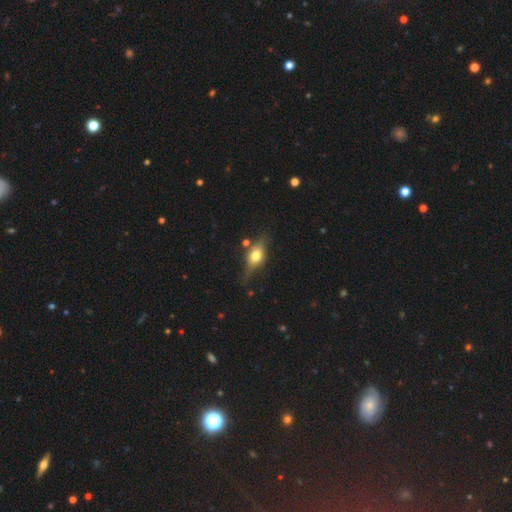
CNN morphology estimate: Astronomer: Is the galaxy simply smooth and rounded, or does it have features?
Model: smooth — 51% (runner-up: featured or disk, 40%).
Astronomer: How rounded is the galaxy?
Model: in between — 72%.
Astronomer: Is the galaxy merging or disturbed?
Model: none — 66%.